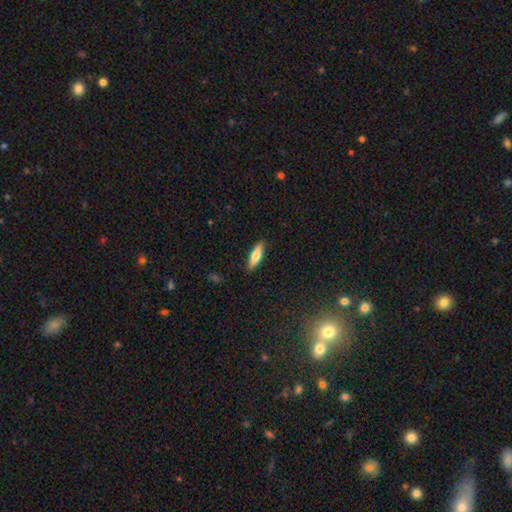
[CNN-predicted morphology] Smooth or featured? smooth (70%)
How rounded? cigar-shaped (57%)
Merging? none (88%)